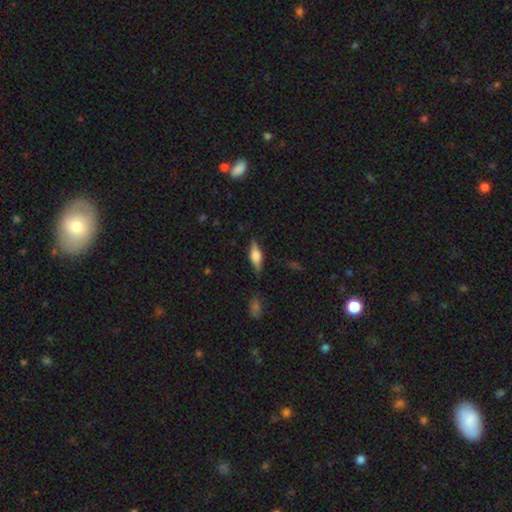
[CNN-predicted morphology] smooth-or-featured: featured or disk: 57% | smooth: 36% | star or artifact: 8%
  disk-edge-on: yes: 95% | no: 5%
    edge-on-bulge: rounded: 84% | boxy: 14% | none: 2%
  merging: none: 83% | minor disturbance: 12% | major disturbance: 3% | merger: 2%